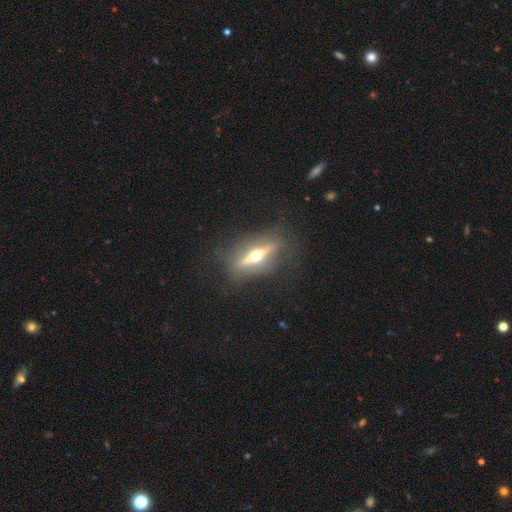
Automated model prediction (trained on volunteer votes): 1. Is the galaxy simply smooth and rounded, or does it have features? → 73% featured or disk, 20% smooth, 7% star or artifact.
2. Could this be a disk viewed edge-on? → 84% yes, 16% no.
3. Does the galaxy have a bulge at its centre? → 96% rounded, 2% boxy, 2% none.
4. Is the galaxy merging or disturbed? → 78% none, 12% minor disturbance, 8% major disturbance, 1% merger.